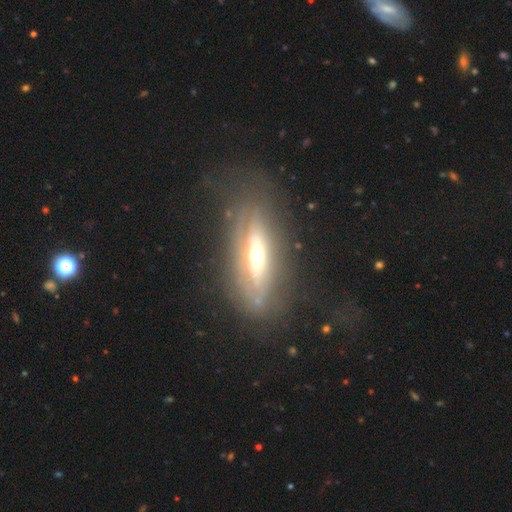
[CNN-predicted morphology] Q: Smooth or featured?
A: featured or disk (76%); runner-up: smooth (18%)
Q: Edge-on disk?
A: yes (52%); runner-up: no (48%)
Q: Merging?
A: none (66%); runner-up: minor disturbance (20%)